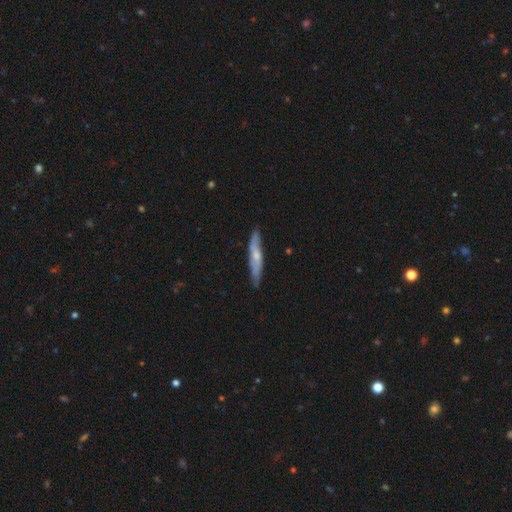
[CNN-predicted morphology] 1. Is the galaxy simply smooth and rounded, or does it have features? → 53% featured or disk, 41% smooth, 6% star or artifact.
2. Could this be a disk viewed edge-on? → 76% yes, 24% no.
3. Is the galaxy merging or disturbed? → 82% none, 15% minor disturbance, 2% major disturbance, 1% merger.